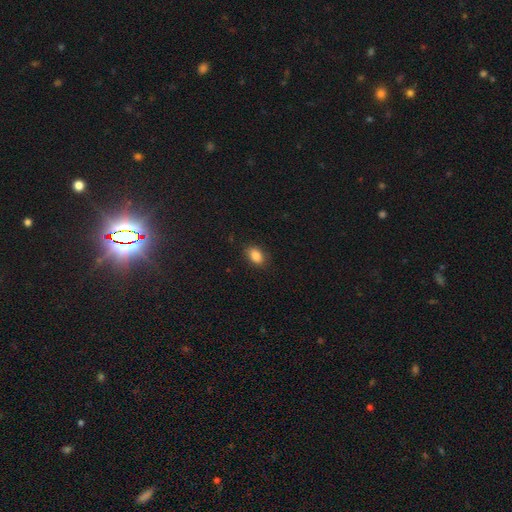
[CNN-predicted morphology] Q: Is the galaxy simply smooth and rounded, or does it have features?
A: smooth — 87%.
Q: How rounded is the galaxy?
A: in between — 85%.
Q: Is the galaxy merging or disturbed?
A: none — 84%.